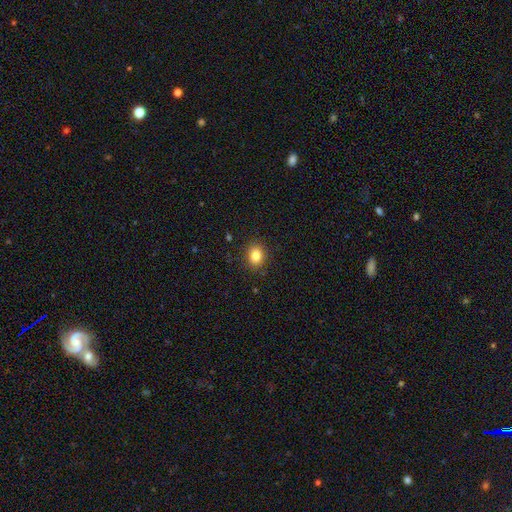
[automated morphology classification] This appears to be a smooth galaxy with no disk features (83%) that is round (54%). Merging: none (89%).